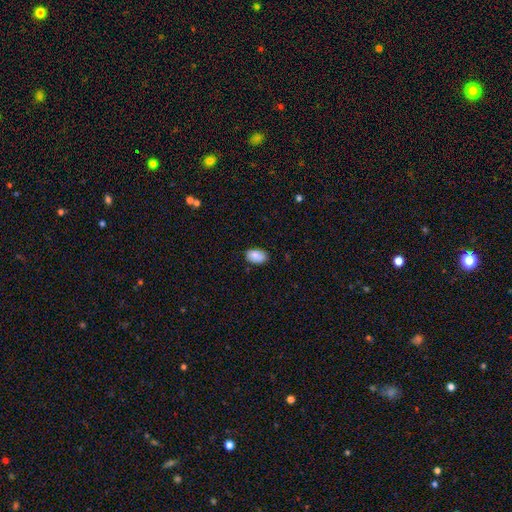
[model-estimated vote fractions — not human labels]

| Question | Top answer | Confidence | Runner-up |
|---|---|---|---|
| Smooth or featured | smooth | 87% | star or artifact (7%) |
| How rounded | in between | 90% | round (9%) |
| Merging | none | 82% | minor disturbance (15%) |